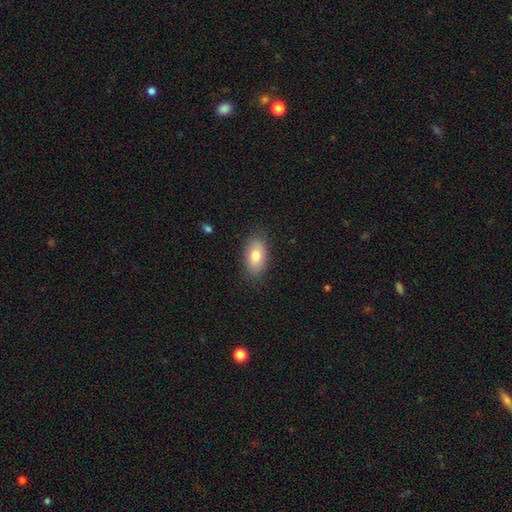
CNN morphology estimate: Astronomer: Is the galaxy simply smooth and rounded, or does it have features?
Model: smooth — 80%.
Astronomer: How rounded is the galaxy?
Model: in between — 91%.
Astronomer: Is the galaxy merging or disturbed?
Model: none — 85%.